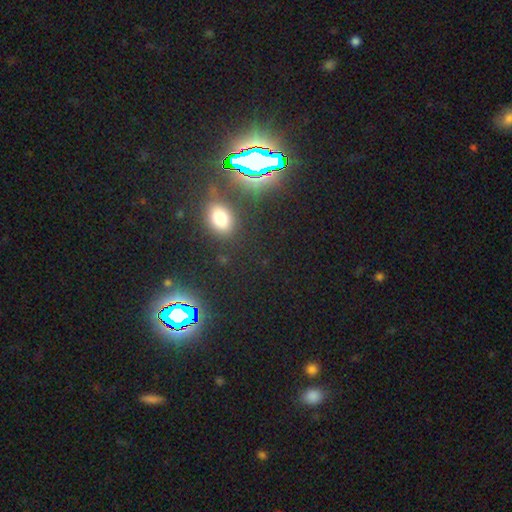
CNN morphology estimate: type=star or artifact (78%).